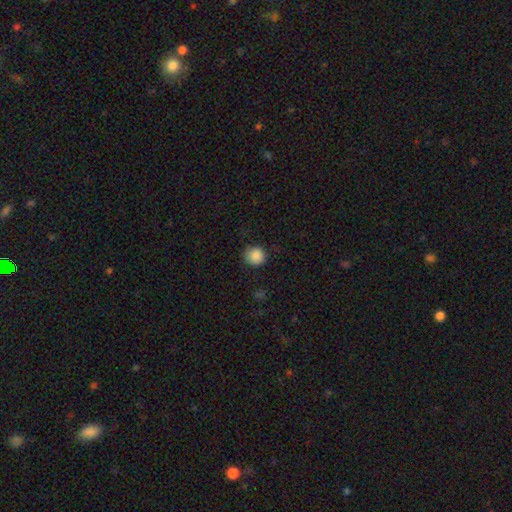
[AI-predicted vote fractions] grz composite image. It shows a smooth galaxy with no disk features (88%) that is round (90%). Merging: none (85%).